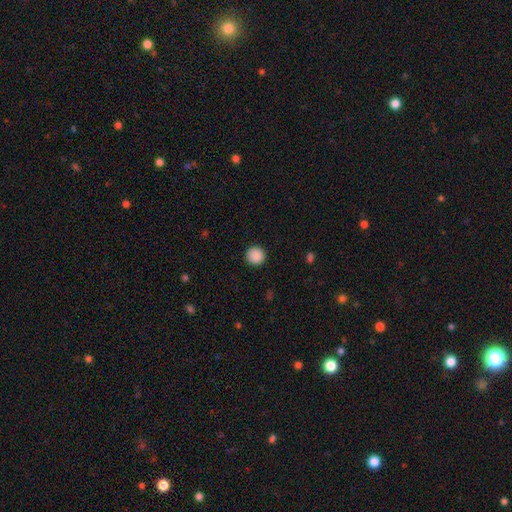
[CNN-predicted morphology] This appears to be a smooth galaxy with no disk features (89%) that is round (95%). Merging: none (92%).